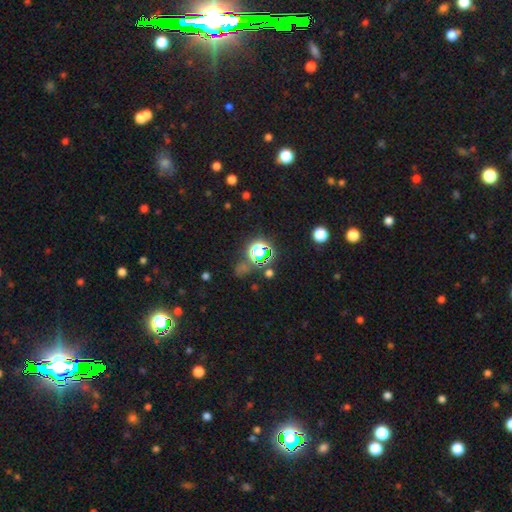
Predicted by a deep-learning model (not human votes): smooth-or-featured: star or artifact: 74% | smooth: 19% | featured or disk: 8%